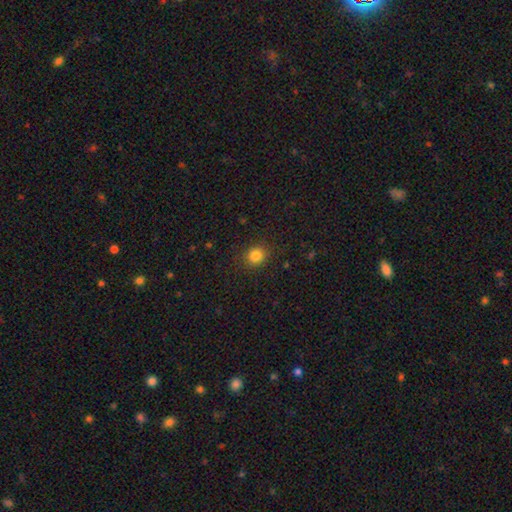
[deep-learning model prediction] The model was most divided on "how rounded": round: 81%, in between: 18%, cigar-shaped: 1%. More confident: merging — none (89%); smooth or featured — smooth (83%).